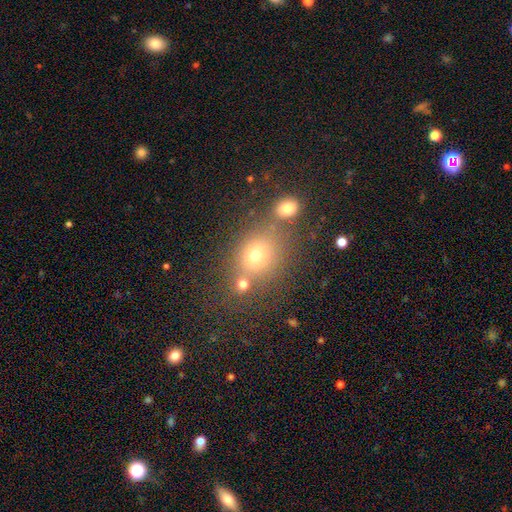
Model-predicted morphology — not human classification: type=smooth (67%); roundness=round (61%); merging=none (61%).